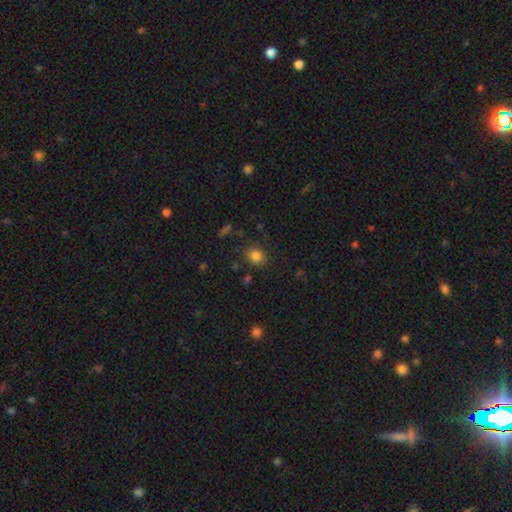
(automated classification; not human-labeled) smooth 82%, star or artifact 12%, featured or disk 6%. Down the decision tree: how rounded — round (68%); merging — none (82%).